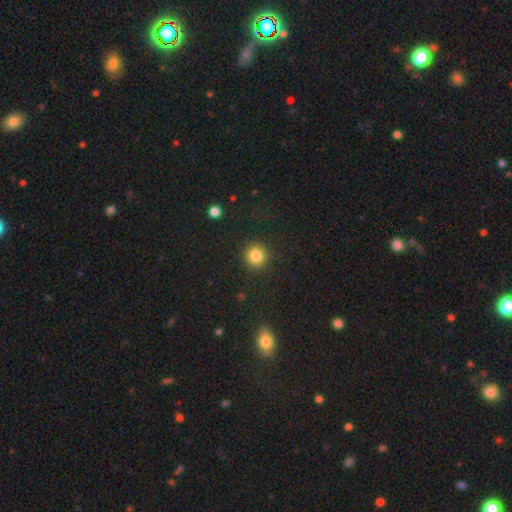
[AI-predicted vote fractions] A smooth galaxy with no disk features (84%) that is round (94%). Merging: none (90%).